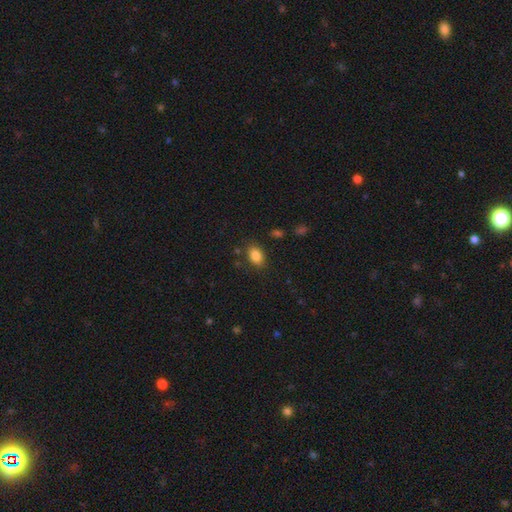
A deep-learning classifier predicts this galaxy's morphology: The model was most divided on "how rounded": in between: 82%, round: 17%, cigar-shaped: 1%. More confident: smooth or featured — smooth (85%); merging — none (82%).